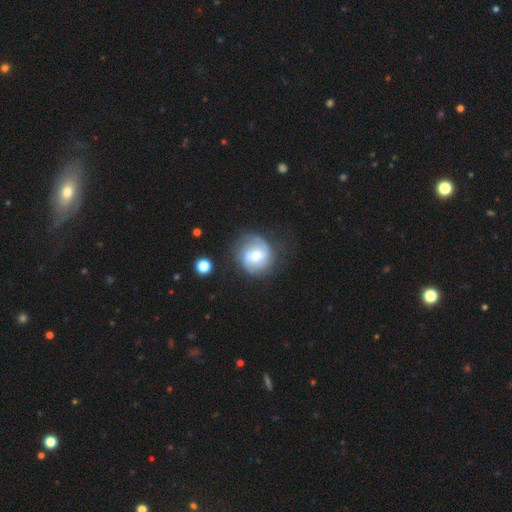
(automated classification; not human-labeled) Smooth or featured? Predicted: featured or disk (p=0.60). Edge-on disk? Predicted: no (p=0.97). Bar? Predicted: weak (p=0.51). Spiral arms? Predicted: yes (p=0.83). Bulge size? Predicted: moderate (p=0.66). Merging? Predicted: none (p=0.69).